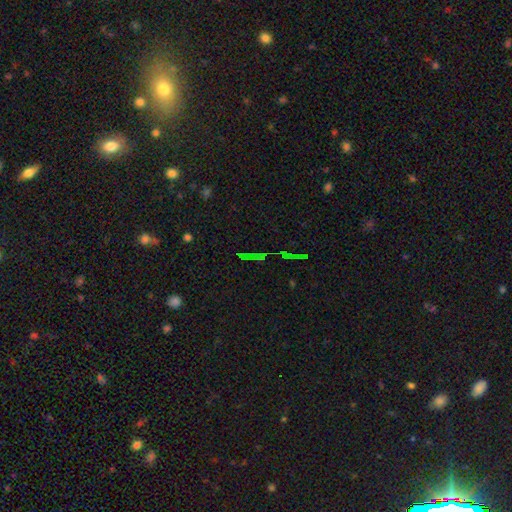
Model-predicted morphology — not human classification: This is likely a star or artifact rather than a galaxy (63%).